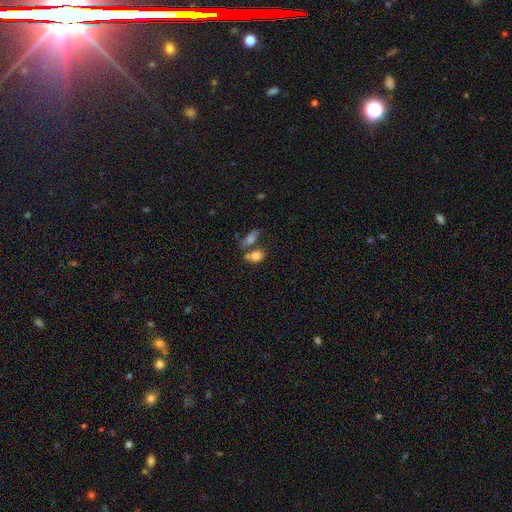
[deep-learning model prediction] Smooth or featured: smooth — 79% (featured or disk — 12%)
How rounded: in between — 73% (round — 24%)
Merging: none — 42% (merger — 39%)